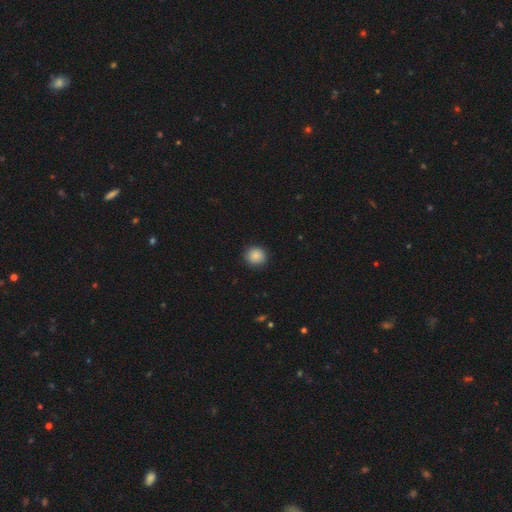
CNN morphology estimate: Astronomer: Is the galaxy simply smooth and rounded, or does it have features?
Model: smooth — 87%.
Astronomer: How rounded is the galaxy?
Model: round — 89%.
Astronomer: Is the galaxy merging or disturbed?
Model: none — 91%.